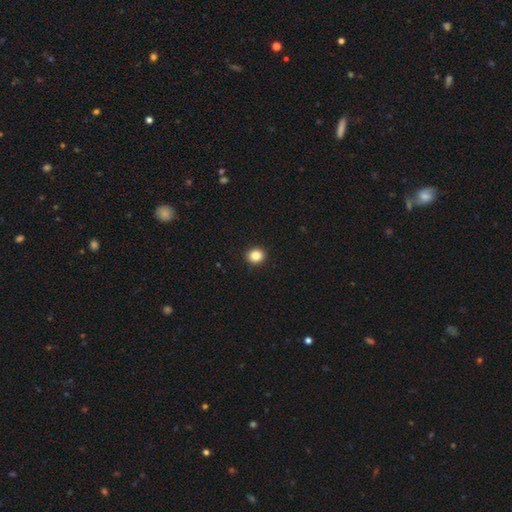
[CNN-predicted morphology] smooth_or_featured: smooth (p=0.84) [alt: star or artifact p=0.10]
how_rounded: round (p=0.80) [alt: in between p=0.19]
merging: none (p=0.93) [alt: minor disturbance p=0.04]